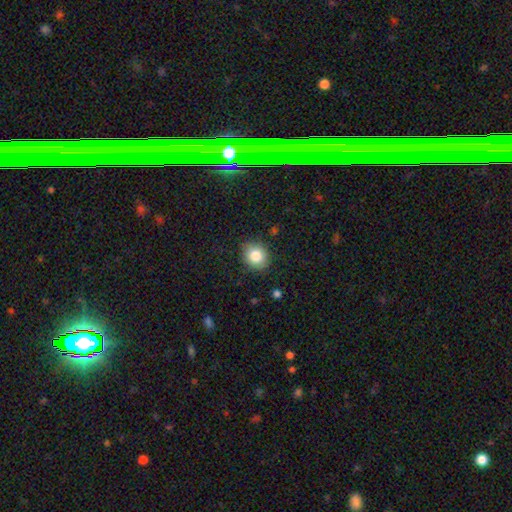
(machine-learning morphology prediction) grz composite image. It shows a smooth galaxy with no disk features (84%) that is round (72%). Merging: none (86%).